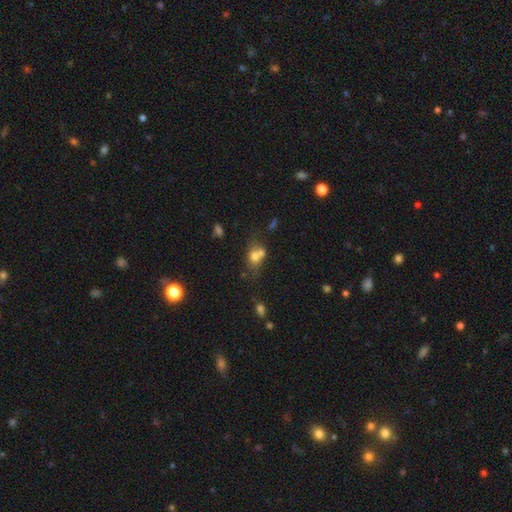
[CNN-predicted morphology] smooth_or_featured: smooth (p=0.68) [alt: featured or disk p=0.19]
how_rounded: in between (p=0.51) [alt: round p=0.46]
merging: merger (p=0.49) [alt: none p=0.34]